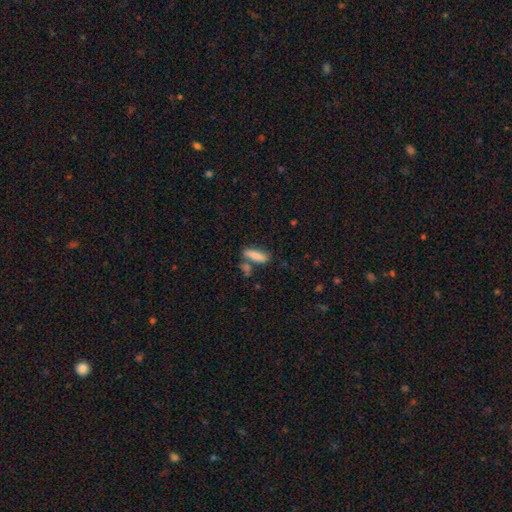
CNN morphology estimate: Smooth or featured?
  - smooth: 83% *
  - featured or disk: 10%
  - star or artifact: 7%
How rounded?
  - cigar-shaped: 55% *
  - in between: 43%
  - round: 2%
Merging?
  - none: 65% *
  - merger: 15%
  - minor disturbance: 15%
  - major disturbance: 4%